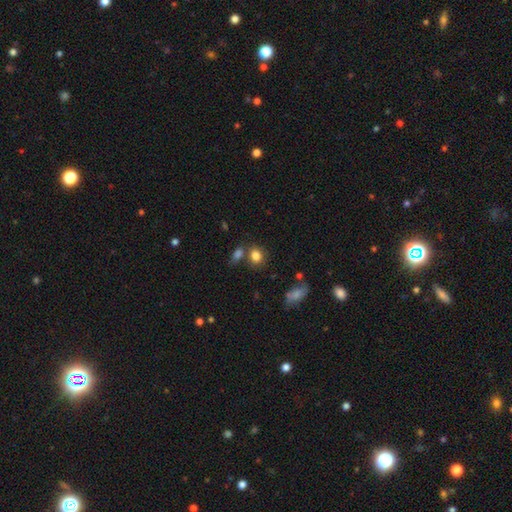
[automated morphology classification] A smooth galaxy with no disk features (83%) that is round (51%).

Vote fractions:
- Smooth or featured? smooth: 83% / star or artifact: 11% / featured or disk: 7%
- How rounded? round: 51% / in between: 47% / cigar-shaped: 2%
- Merging? none: 62% / merger: 20% / minor disturbance: 13% / major disturbance: 5%